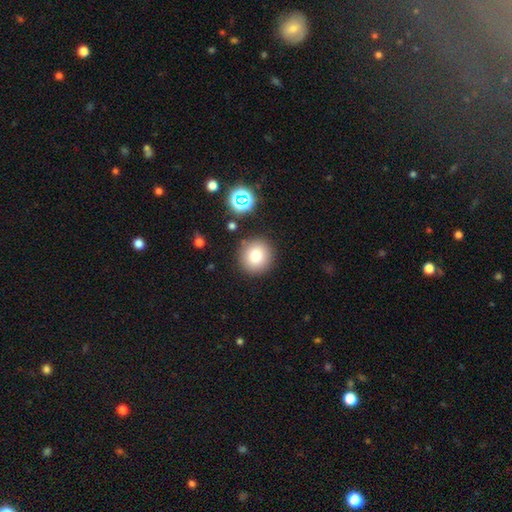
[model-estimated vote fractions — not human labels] A smooth galaxy with no disk features (80%) that is round (92%). Merging: none (87%).